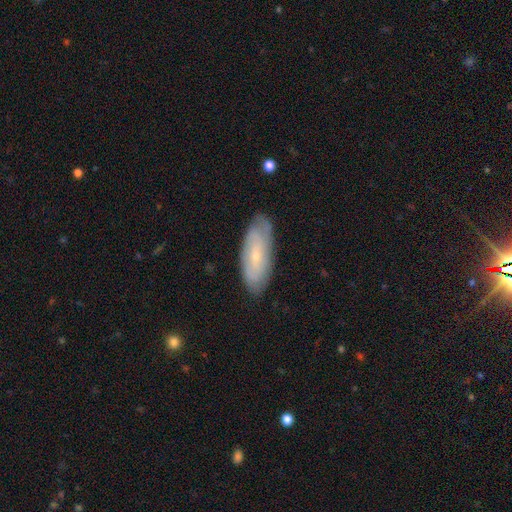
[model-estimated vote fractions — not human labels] Smooth or featured: featured or disk — 57% (smooth — 36%)
Edge-on disk: no — 85% (yes — 15%)
Merging: none — 79% (minor disturbance — 17%)